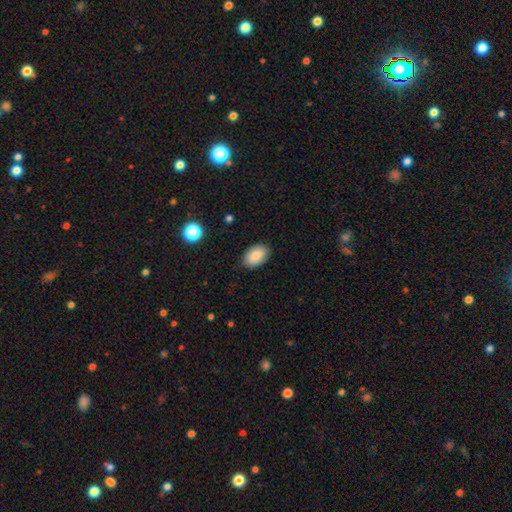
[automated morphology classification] smooth-or-featured: smooth: 85% | featured or disk: 7% | star or artifact: 7%
  how-rounded: in between: 91% | round: 8% | cigar-shaped: 1%
  merging: none: 83% | minor disturbance: 14% | major disturbance: 3% | merger: 1%